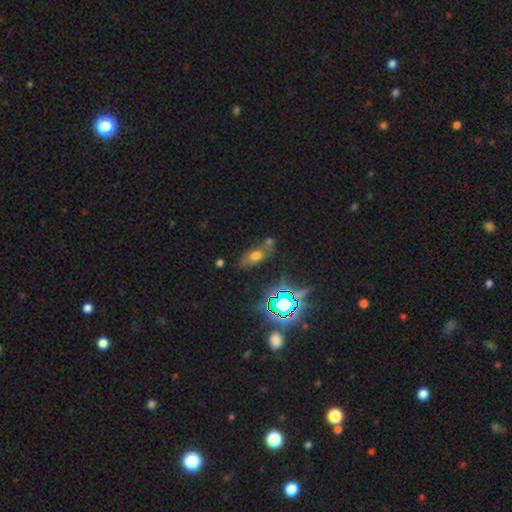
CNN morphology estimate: This is possibly a smooth galaxy (55%). How rounded: likely in between (77%). Merging: possibly none (57%).